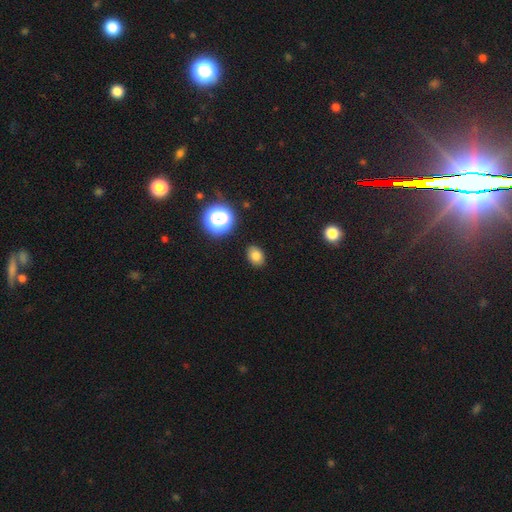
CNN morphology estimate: A smooth galaxy with no disk features (79%) that is in between round and cigar-shaped (65%).

Vote fractions:
- Smooth or featured? smooth: 79% / star or artifact: 14% / featured or disk: 7%
- How rounded? in between: 65% / round: 34% / cigar-shaped: 1%
- Merging? none: 88% / minor disturbance: 8% / major disturbance: 2% / merger: 1%